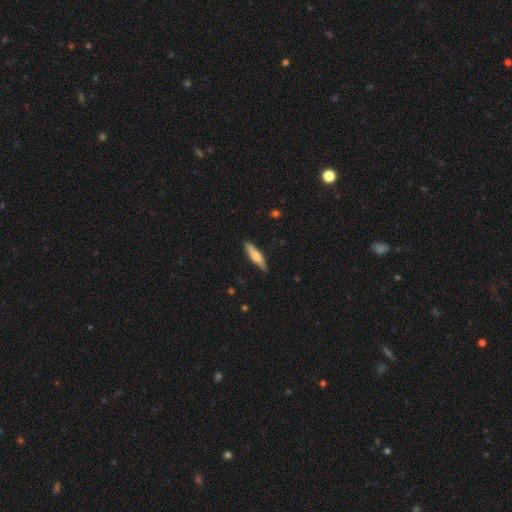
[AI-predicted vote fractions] Smooth or featured: smooth — 61% (featured or disk — 33%)
How rounded: cigar-shaped — 75% (in between — 24%)
Merging: none — 87% (minor disturbance — 10%)